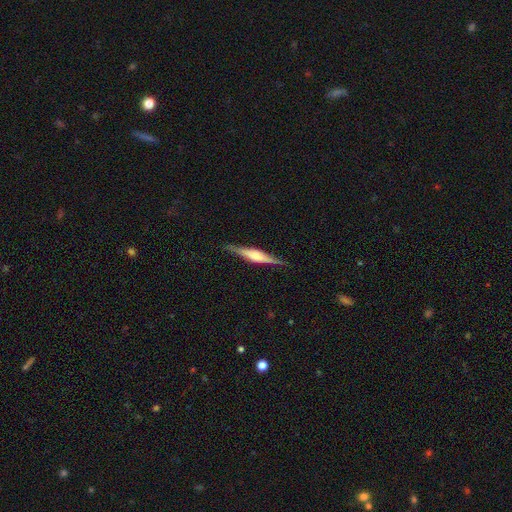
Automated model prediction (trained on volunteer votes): This is likely a featured or disk galaxy (76%). It is clearly viewed edge-on (97%). Edge-on bulge: possibly rounded (59%). Merging: clearly none (88%).